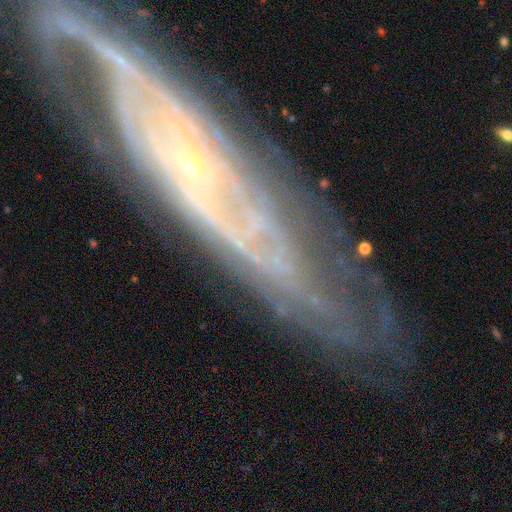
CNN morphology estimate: Q: Smooth or featured?
A: featured or disk (84%); runner-up: smooth (8%)
Q: Edge-on disk?
A: no (75%); runner-up: yes (25%)
Q: Bar?
A: no (70%); runner-up: weak (20%)
Q: Spiral arms?
A: yes (90%); runner-up: no (10%)
Q: Spiral winding?
A: tight (65%); runner-up: medium (26%)
Q: Spiral arm count?
A: can't tell (44%); runner-up: 2 (25%)
Q: Bulge size?
A: small (85%); runner-up: moderate (10%)
Q: Merging?
A: none (69%); runner-up: minor disturbance (19%)